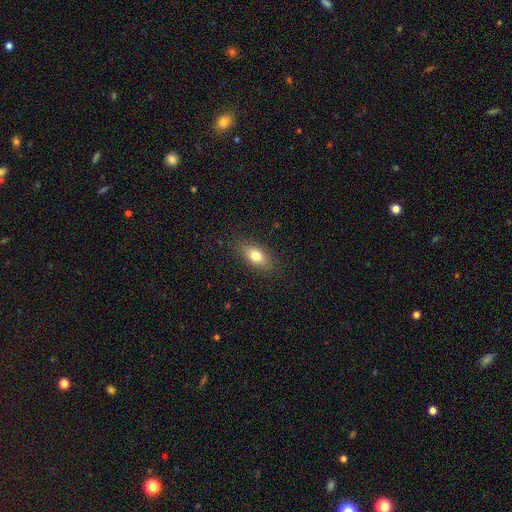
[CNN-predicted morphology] smooth_or_featured: smooth (p=0.73) [alt: featured or disk p=0.18]
how_rounded: in between (p=0.78) [alt: cigar-shaped p=0.13]
merging: none (p=0.85) [alt: minor disturbance p=0.11]